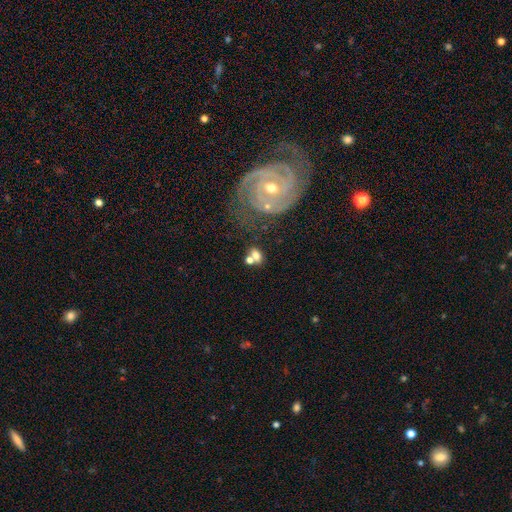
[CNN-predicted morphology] type=smooth (63%); roundness=in between (64%); merging=none (43%).